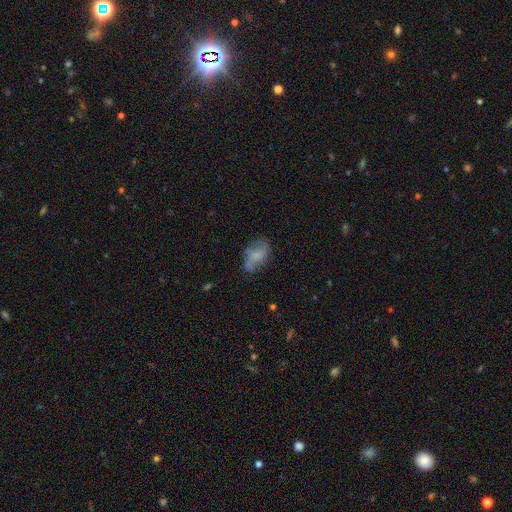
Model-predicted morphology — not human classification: Q: Smooth or featured?
A: smooth (50%); runner-up: featured or disk (41%)
Q: Merging?
A: none (59%); runner-up: minor disturbance (25%)